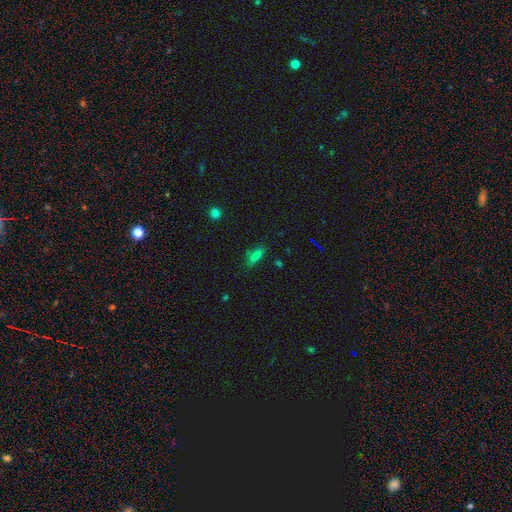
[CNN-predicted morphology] smooth_or_featured: smooth (p=0.73) [alt: star or artifact p=0.16]
how_rounded: in between (p=0.63) [alt: cigar-shaped p=0.32]
merging: none (p=0.76) [alt: minor disturbance p=0.17]